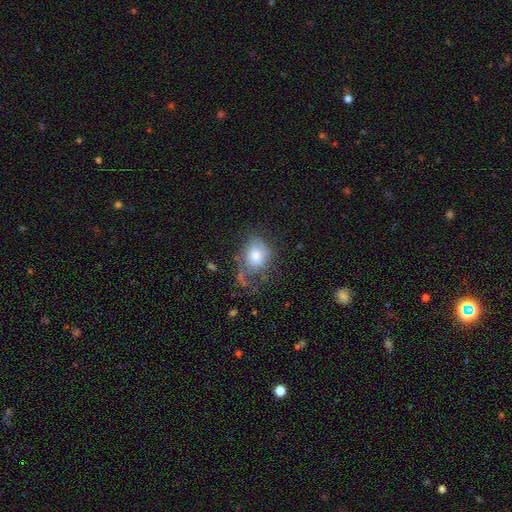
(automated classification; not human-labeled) smooth_or_featured: smooth (p=0.56) [alt: featured or disk p=0.34]
how_rounded: in between (p=0.56) [alt: round p=0.43]
merging: none (p=0.36) [alt: major disturbance p=0.34]